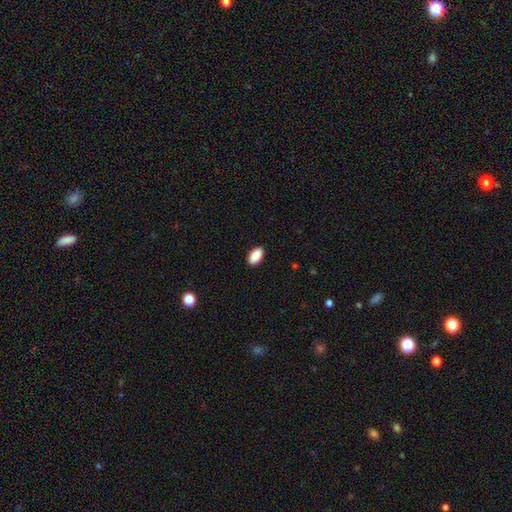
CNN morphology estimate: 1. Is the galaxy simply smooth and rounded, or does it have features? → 90% smooth, 7% star or artifact, 3% featured or disk.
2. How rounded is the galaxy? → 93% in between, 4% cigar-shaped, 3% round.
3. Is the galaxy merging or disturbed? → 90% none, 8% minor disturbance, 2% major disturbance, 1% merger.